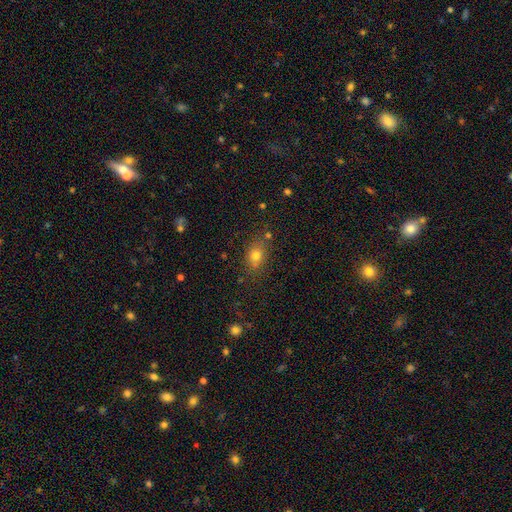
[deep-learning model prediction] Smooth or featured? smooth (74%)
How rounded? in between (61%)
Merging? none (73%)